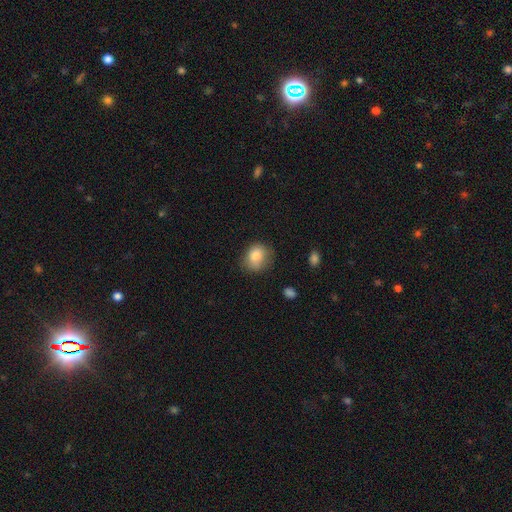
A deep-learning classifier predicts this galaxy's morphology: Smooth or featured? smooth (83%)
How rounded? round (61%)
Merging? none (65%)